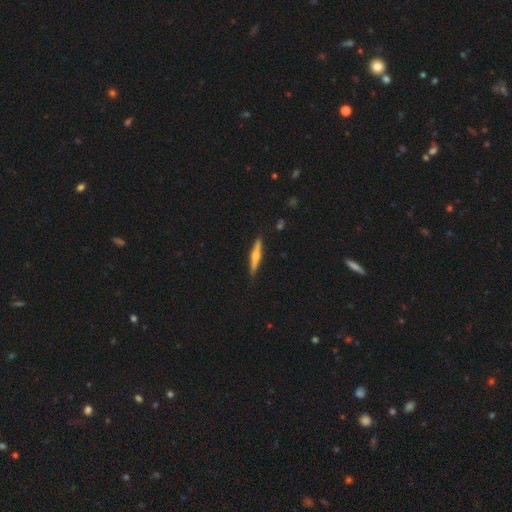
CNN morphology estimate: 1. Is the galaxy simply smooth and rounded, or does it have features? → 61% featured or disk, 34% smooth, 5% star or artifact.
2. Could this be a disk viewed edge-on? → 97% yes, 3% no.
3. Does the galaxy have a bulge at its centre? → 91% rounded, 5% none, 4% boxy.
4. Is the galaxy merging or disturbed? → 89% none, 8% minor disturbance, 2% major disturbance, 1% merger.